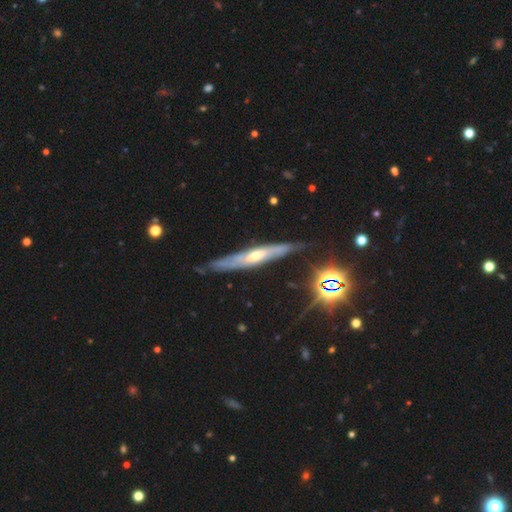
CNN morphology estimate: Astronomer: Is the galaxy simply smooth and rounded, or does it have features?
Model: featured or disk — 70%.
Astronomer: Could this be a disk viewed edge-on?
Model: yes — 73%.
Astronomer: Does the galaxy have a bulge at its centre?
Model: rounded — 68%.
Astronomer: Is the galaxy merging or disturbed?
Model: none — 74%.